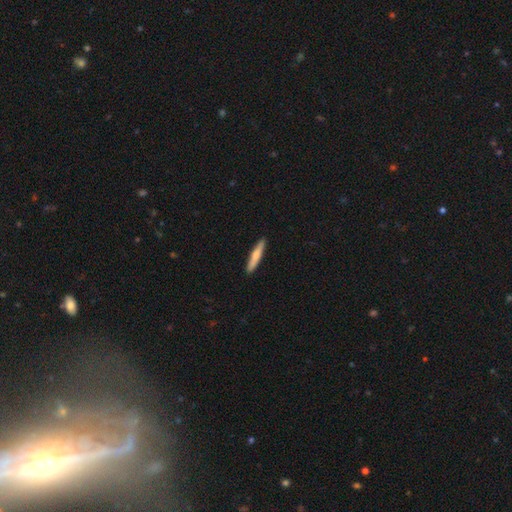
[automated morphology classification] smooth-or-featured: smooth: 66% | featured or disk: 29% | star or artifact: 5%
  how-rounded: cigar-shaped: 92% | in between: 7% | round: 1%
  merging: none: 91% | minor disturbance: 6% | major disturbance: 1% | merger: 1%